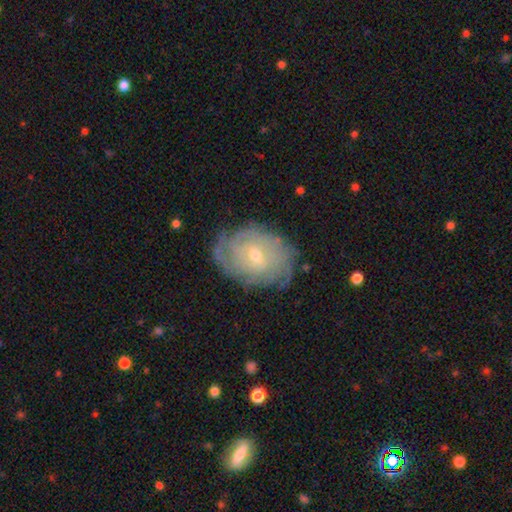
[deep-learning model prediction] featured or disk 79%, smooth 15%, star or artifact 7%. Down the decision tree: edge-on disk — no (96%); bar — no (59%); spiral arms — yes (90%); spiral arm count — can't tell (51%); spiral winding — tight (72%); bulge size — small (62%); merging — none (72%).